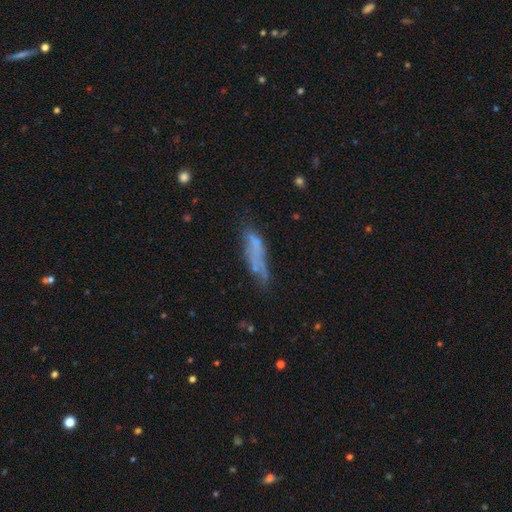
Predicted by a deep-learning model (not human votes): Smooth or featured?
  - smooth: 54% *
  - featured or disk: 34%
  - star or artifact: 13%
How rounded?
  - cigar-shaped: 71% *
  - in between: 26%
  - round: 2%
Merging?
  - none: 52% *
  - minor disturbance: 25%
  - major disturbance: 16%
  - merger: 7%